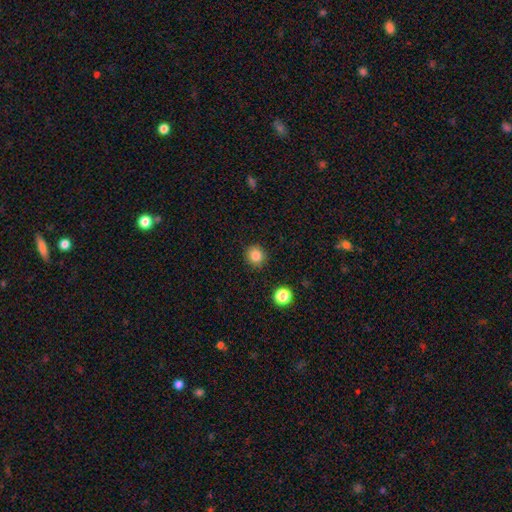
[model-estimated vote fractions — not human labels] A smooth galaxy with no disk features (84%) that is round (91%). Merging: none (90%).